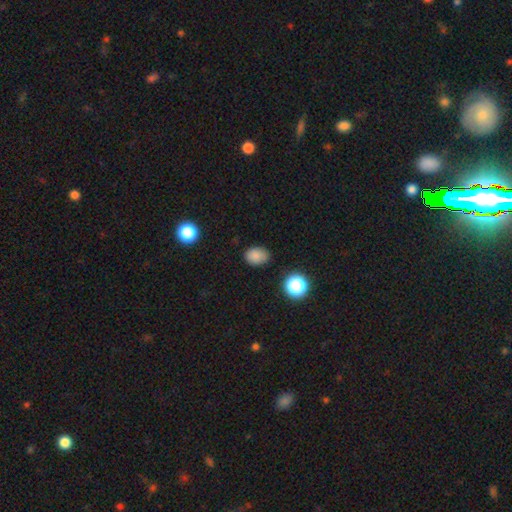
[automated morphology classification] Smooth or featured?
  - smooth: 84% *
  - star or artifact: 12%
  - featured or disk: 4%
How rounded?
  - in between: 67% *
  - round: 32%
  - cigar-shaped: 1%
Merging?
  - none: 80% *
  - minor disturbance: 15%
  - major disturbance: 3%
  - merger: 2%